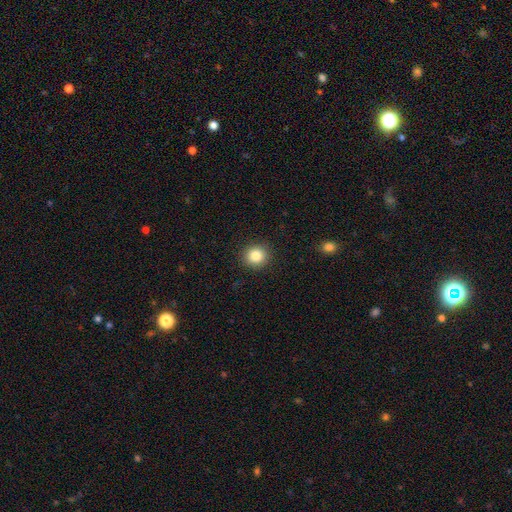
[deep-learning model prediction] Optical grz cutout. It shows a smooth galaxy with no disk features (85%) that is round (90%). Merging: none (91%).